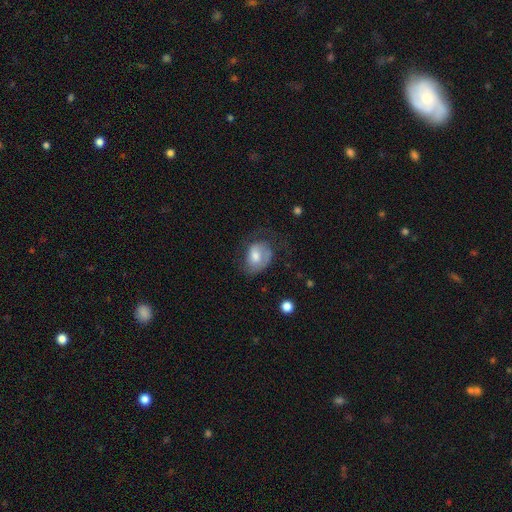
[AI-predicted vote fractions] This appears to be a smooth galaxy with no disk features (56%) that is in between round and cigar-shaped (67%). Merging: none (41%).